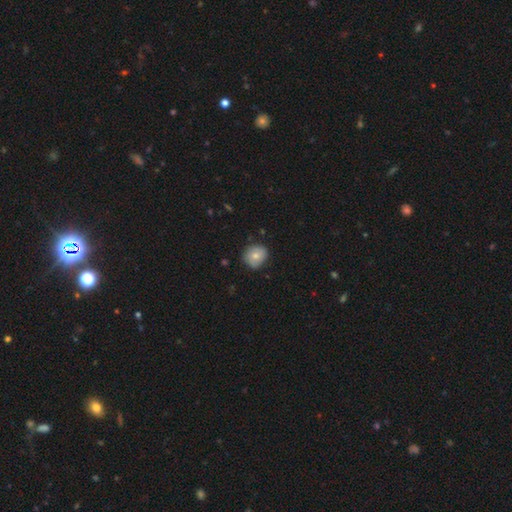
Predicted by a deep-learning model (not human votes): This appears to be a smooth galaxy with no disk features (73%) that is round (78%). Merging: none (74%).